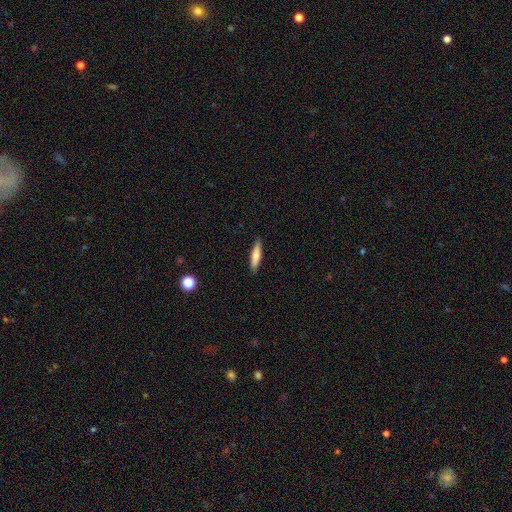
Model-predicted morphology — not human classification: Smooth or featured?
  - smooth: 68% *
  - featured or disk: 26%
  - star or artifact: 6%
How rounded?
  - cigar-shaped: 80% *
  - in between: 18%
  - round: 2%
Merging?
  - none: 90% *
  - minor disturbance: 8%
  - major disturbance: 2%
  - merger: 1%